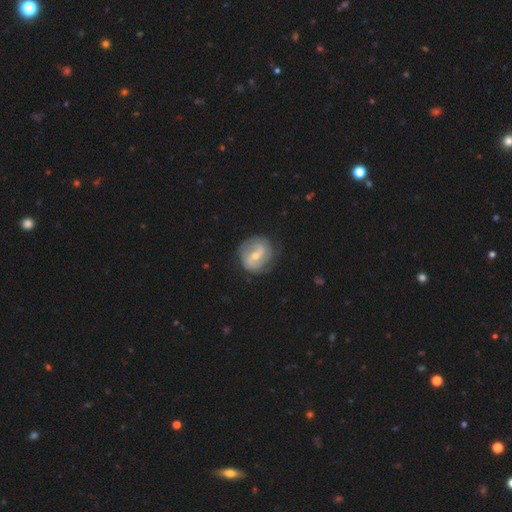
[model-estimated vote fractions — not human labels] smooth-or-featured: featured or disk: 73% | smooth: 21% | star or artifact: 6%
  disk-edge-on: no: 97% | yes: 3%
    bar: weak: 50% | strong: 31% | no: 19%
    has-spiral-arms: yes: 86% | no: 14%
      spiral-winding: medium: 42% | tight: 30% | loose: 28%
      spiral-arm-count: 2: 78% | can't tell: 13% | 1: 3% | 3: 3% | 4: 1% | more than 4: 1%
    bulge-size: small: 52% | moderate: 44% | large: 2% | none: 2% | dominant: 1%
  merging: none: 77% | minor disturbance: 15% | major disturbance: 6% | merger: 1%